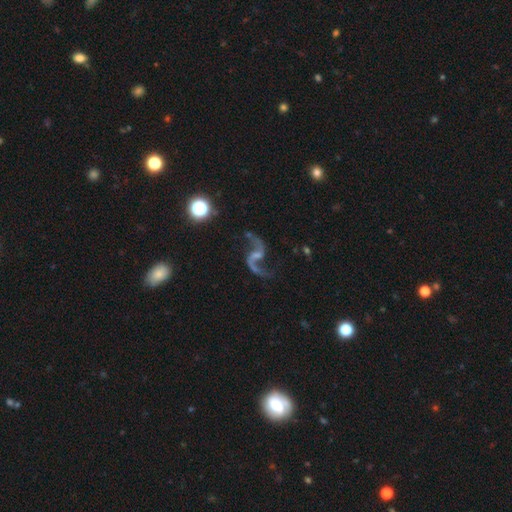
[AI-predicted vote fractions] smooth-or-featured: featured or disk: 89% | star or artifact: 7% | smooth: 4%
  disk-edge-on: no: 98% | yes: 2%
    bar: weak: 45% | no: 36% | strong: 19%
    has-spiral-arms: yes: 97% | no: 3%
      spiral-winding: loose: 88% | medium: 10% | tight: 2%
      spiral-arm-count: 2: 94% | 1: 2% | can't tell: 1% | 3: 1% | 4: 1% | more than 4: 1%
    bulge-size: small: 44% | none: 34% | moderate: 17% | large: 3% | dominant: 1%
  merging: none: 71% | minor disturbance: 15% | major disturbance: 10% | merger: 4%